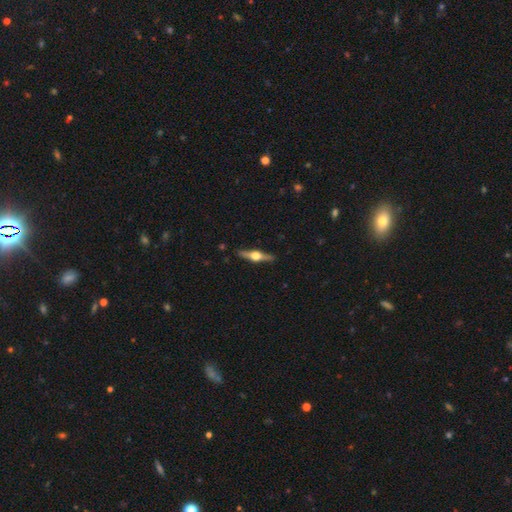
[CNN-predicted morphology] Smooth or featured?
  - featured or disk: 80% *
  - smooth: 15%
  - star or artifact: 5%
Edge-on disk?
  - yes: 98% *
  - no: 2%
Edge-on bulge?
  - rounded: 96% *
  - boxy: 3%
  - none: 1%
Merging?
  - none: 90% *
  - minor disturbance: 7%
  - major disturbance: 1%
  - merger: 1%